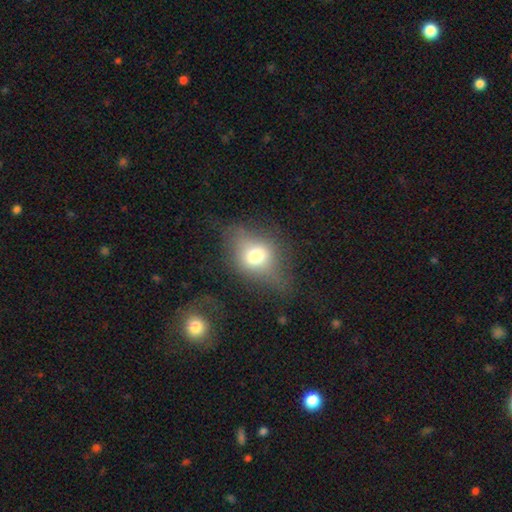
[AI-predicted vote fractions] Q: Smooth or featured?
A: smooth (64%); runner-up: featured or disk (23%)
Q: How rounded?
A: in between (51%); runner-up: round (47%)
Q: Merging?
A: none (55%); runner-up: minor disturbance (24%)